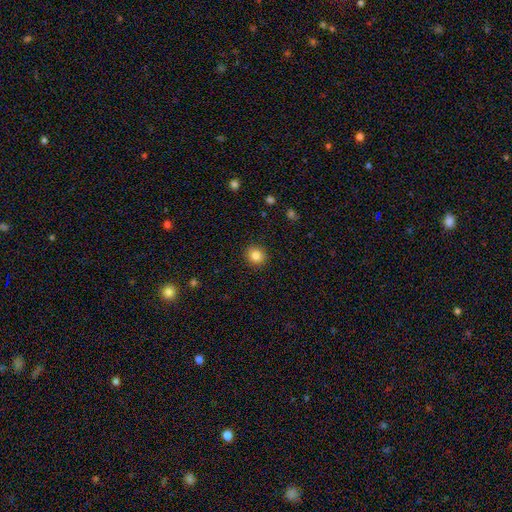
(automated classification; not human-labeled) This is clearly a smooth galaxy (84%). How rounded: clearly round (86%). Merging: clearly none (91%).